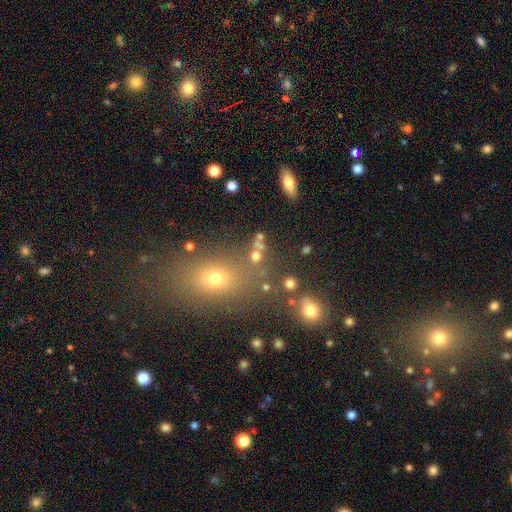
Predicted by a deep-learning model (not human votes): A smooth galaxy with no disk features (61%) that is in between round and cigar-shaped (48%).

Vote fractions:
- Smooth or featured? smooth: 61% / star or artifact: 25% / featured or disk: 14%
- How rounded? in between: 48% / round: 46% / cigar-shaped: 6%
- Merging? none: 62% / merger: 19% / minor disturbance: 12% / major disturbance: 7%